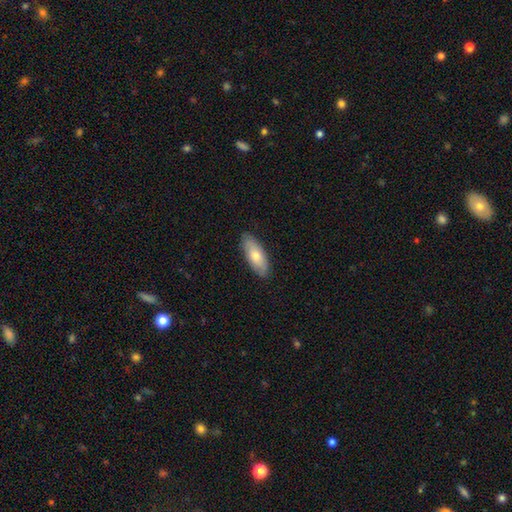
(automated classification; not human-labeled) The model was most divided on "smooth or featured": smooth: 73%, featured or disk: 21%, star or artifact: 5%. More confident: merging — none (87%); how rounded — in between (78%).